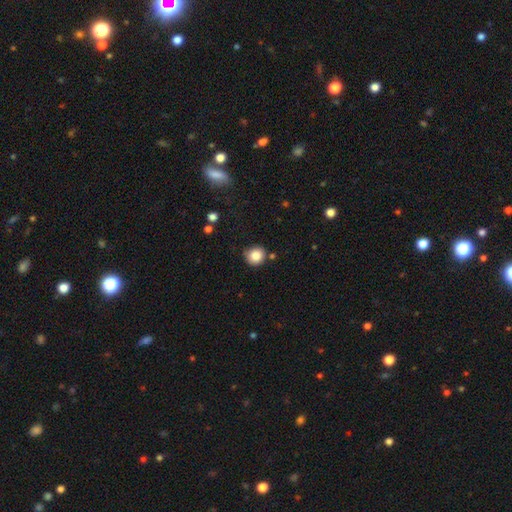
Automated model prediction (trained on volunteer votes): Smooth or featured: smooth — 84% (star or artifact — 10%)
How rounded: round — 91% (in between — 8%)
Merging: none — 81% (minor disturbance — 12%)